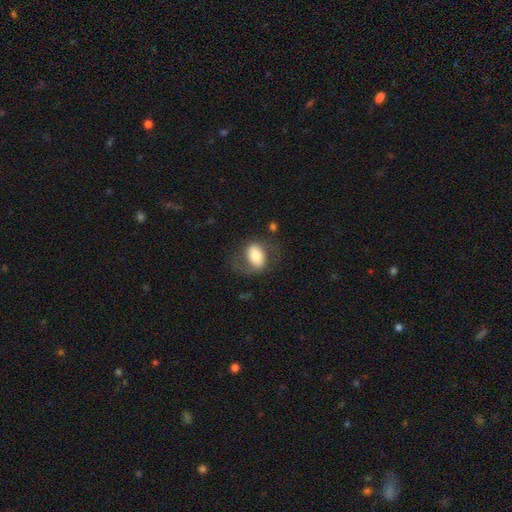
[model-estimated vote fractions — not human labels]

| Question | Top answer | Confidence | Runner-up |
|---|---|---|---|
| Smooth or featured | smooth | 53% | featured or disk (40%) |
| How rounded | in between | 78% | round (20%) |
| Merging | none | 60% | minor disturbance (20%) |